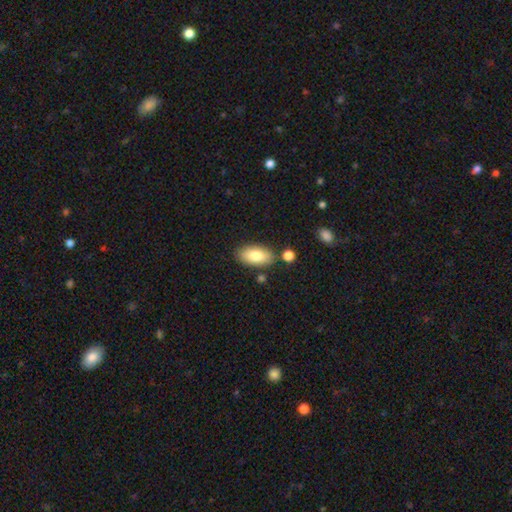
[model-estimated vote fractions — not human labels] Morphology: type=smooth (83%); roundness=in between (91%); merging=none (80%).